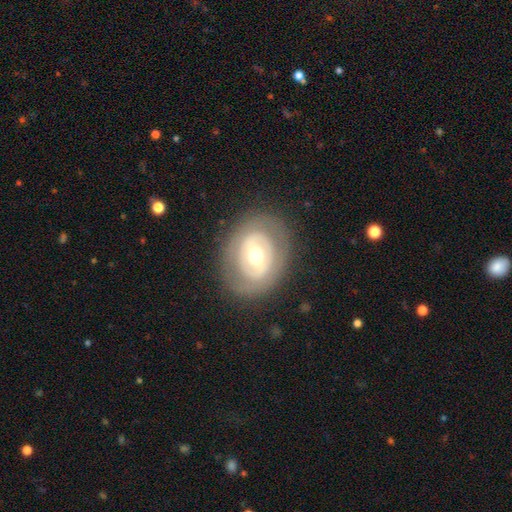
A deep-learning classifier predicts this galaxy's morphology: Smooth or featured? featured or disk (63%)
Edge-on disk? no (95%)
Bar? no (56%)
Spiral arms? no (75%)
Bulge size? moderate (72%)
Merging? none (81%)